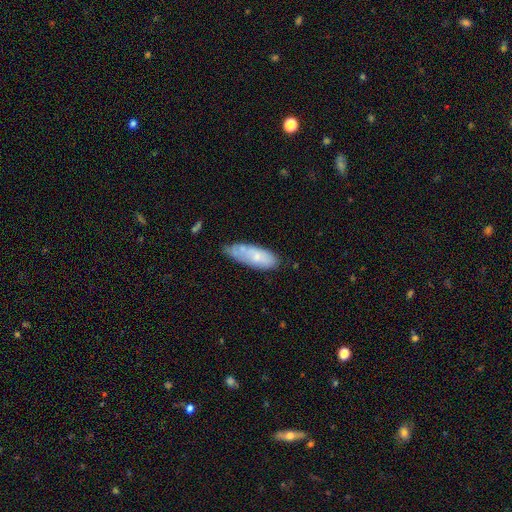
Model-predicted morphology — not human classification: smooth 64%, featured or disk 29%, star or artifact 7%. Down the decision tree: how rounded — in between (68%); merging — none (52%).